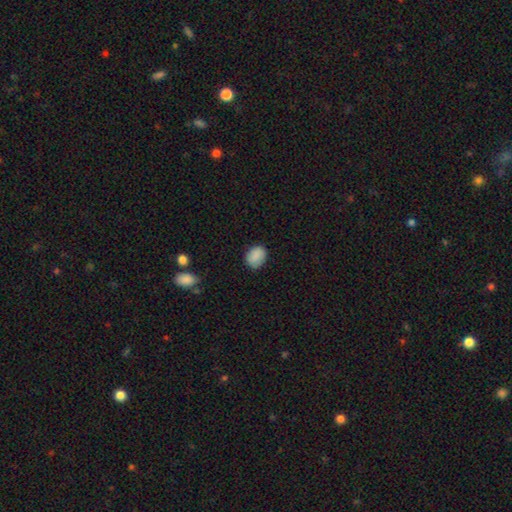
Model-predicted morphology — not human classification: Q: Smooth or featured?
A: smooth (87%); runner-up: star or artifact (8%)
Q: How rounded?
A: in between (59%); runner-up: round (40%)
Q: Merging?
A: none (78%); runner-up: minor disturbance (17%)